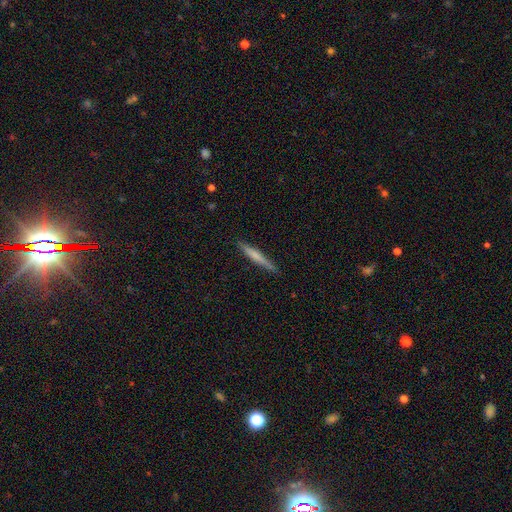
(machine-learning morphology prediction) type=smooth (59%); roundness=cigar-shaped (96%); merging=none (89%).